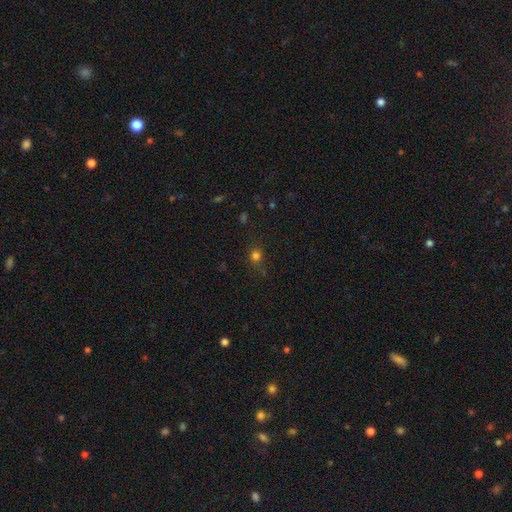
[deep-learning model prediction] Smooth or featured? Predicted: smooth (p=0.74). How rounded? Predicted: round (p=0.81). Merging? Predicted: none (p=0.77).